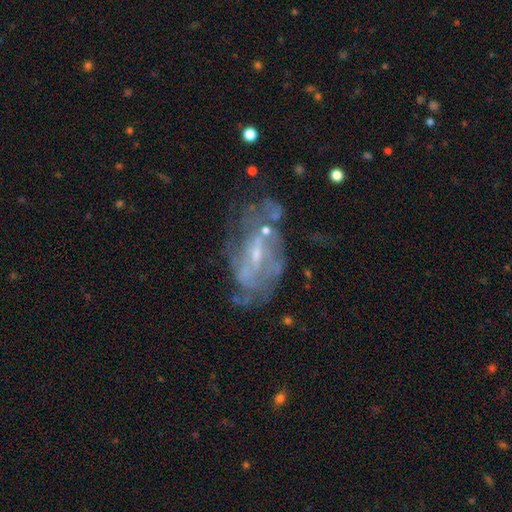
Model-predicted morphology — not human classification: Smooth or featured? Predicted: featured or disk (p=0.75). Edge-on disk? Predicted: no (p=0.93). Bar? Predicted: weak (p=0.45). Spiral arms? Predicted: yes (p=0.65). Bulge size? Predicted: small (p=0.65). Merging? Predicted: none (p=0.52).